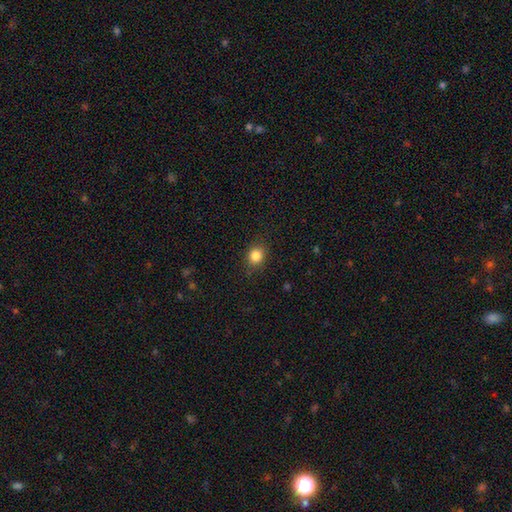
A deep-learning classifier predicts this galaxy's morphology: This appears to be a smooth galaxy with no disk features (85%) that is round (68%). Merging: none (86%).